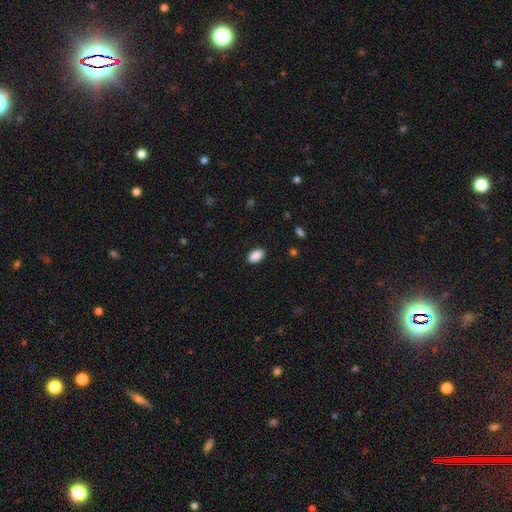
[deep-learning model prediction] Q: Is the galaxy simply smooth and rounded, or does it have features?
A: smooth — 89%.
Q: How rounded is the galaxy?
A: in between — 92%.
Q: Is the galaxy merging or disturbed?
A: none — 88%.